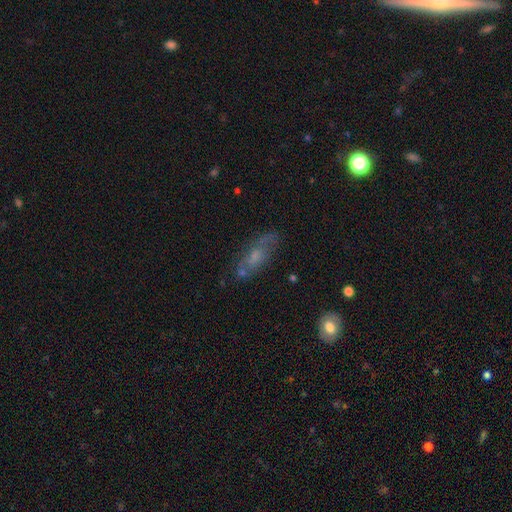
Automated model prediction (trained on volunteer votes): A smooth galaxy with no disk features (48%). Merging: none (60%).